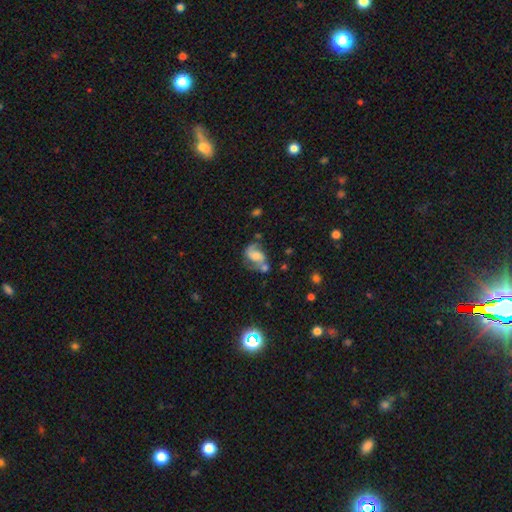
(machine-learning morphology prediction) type=featured or disk (70%); edge-on=no (98%); bar=no (49%); spiral arms=yes (90%); winding=medium (46%); arm count=2 (80%); bulge=moderate (38%); merging=none (43%).